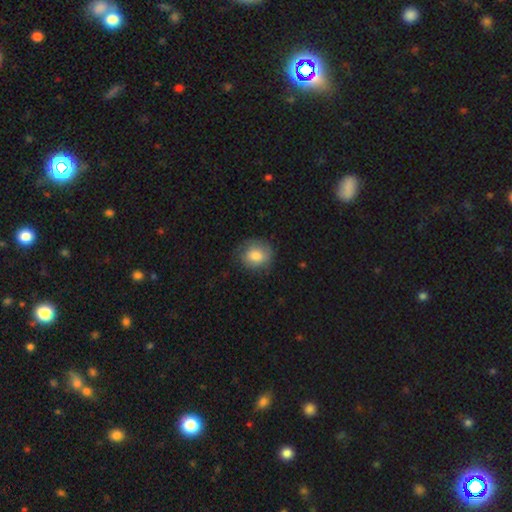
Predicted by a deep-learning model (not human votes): Overall: smooth (78%). How rounded: round (77%). Merging: none (73%).